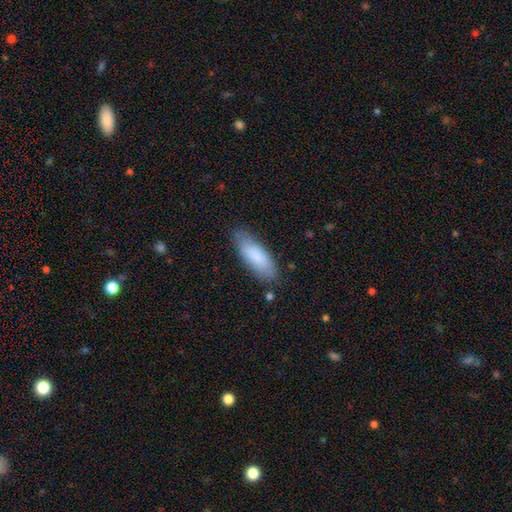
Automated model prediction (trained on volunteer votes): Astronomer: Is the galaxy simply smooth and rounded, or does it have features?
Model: smooth — 80%.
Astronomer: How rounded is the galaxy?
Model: in between — 68%.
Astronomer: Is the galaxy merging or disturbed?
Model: none — 79%.